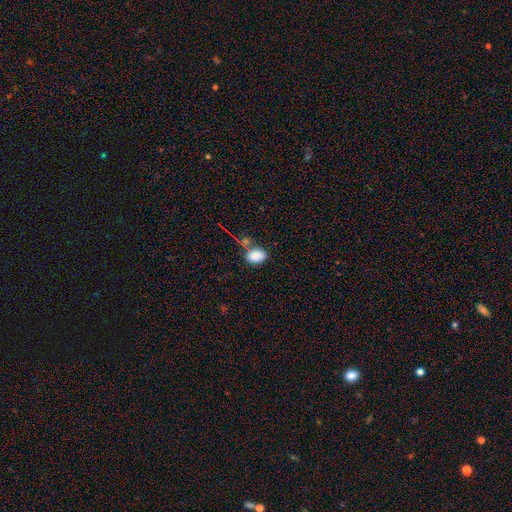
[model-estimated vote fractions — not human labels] A smooth galaxy with no disk features (84%) that is in between round and cigar-shaped (81%). Merging: none (61%).